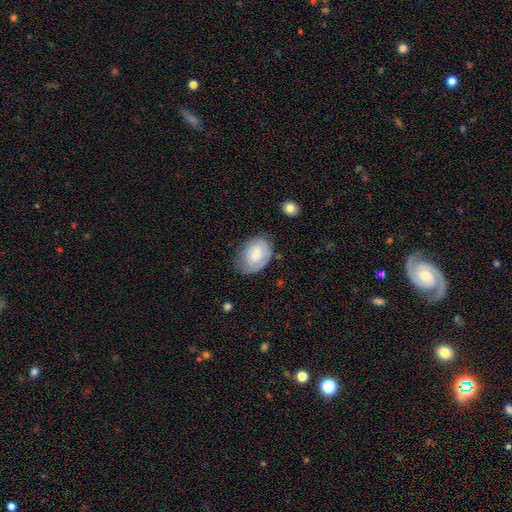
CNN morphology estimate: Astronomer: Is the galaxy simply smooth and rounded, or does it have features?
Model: smooth — 59% (runner-up: featured or disk, 34%).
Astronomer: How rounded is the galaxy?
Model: in between — 78%.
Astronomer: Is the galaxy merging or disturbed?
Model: none — 59%.